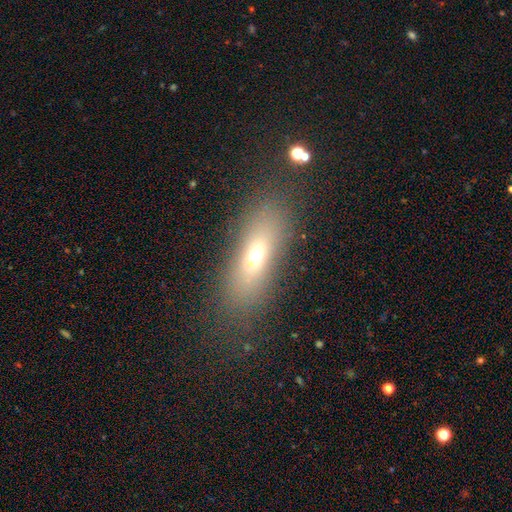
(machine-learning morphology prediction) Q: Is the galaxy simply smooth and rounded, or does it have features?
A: smooth — 58%.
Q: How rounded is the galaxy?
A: in between — 57%.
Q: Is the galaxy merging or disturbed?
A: none — 70%.